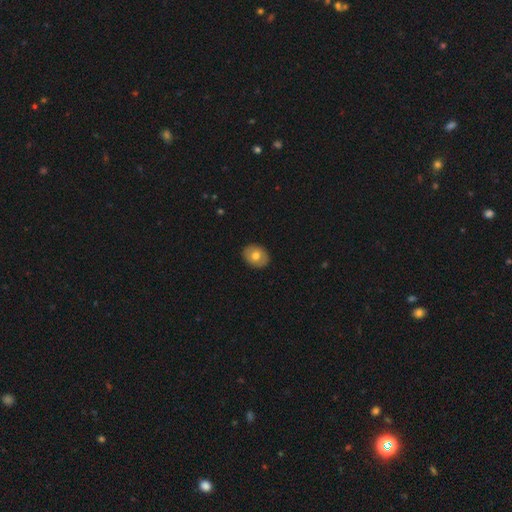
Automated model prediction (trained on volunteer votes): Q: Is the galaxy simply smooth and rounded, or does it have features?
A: smooth — 70%.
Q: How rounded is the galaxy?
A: in between — 51%.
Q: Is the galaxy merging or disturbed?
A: none — 90%.